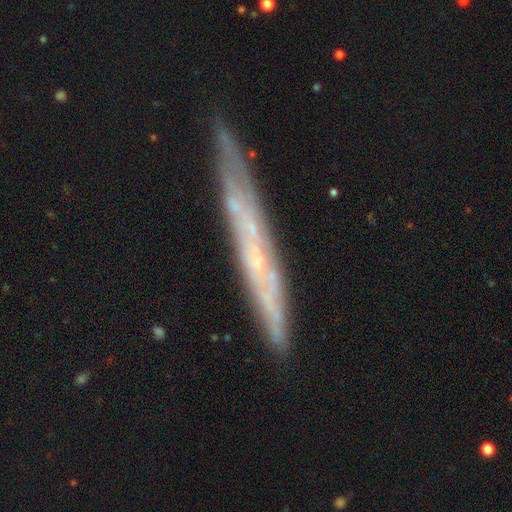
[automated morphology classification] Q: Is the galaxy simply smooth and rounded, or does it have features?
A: featured or disk — 65%.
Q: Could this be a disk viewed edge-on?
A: yes — 85%.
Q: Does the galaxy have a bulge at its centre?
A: none — 82%.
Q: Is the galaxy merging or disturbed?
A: none — 84%.